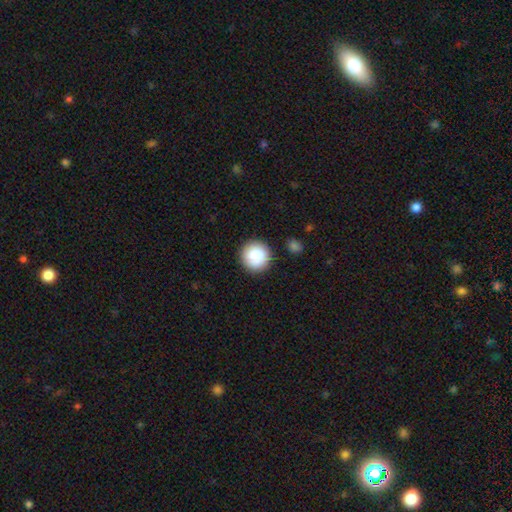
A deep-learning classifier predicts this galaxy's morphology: Smooth or featured: smooth — 87% (star or artifact — 8%)
How rounded: round — 95% (in between — 4%)
Merging: none — 89% (minor disturbance — 7%)